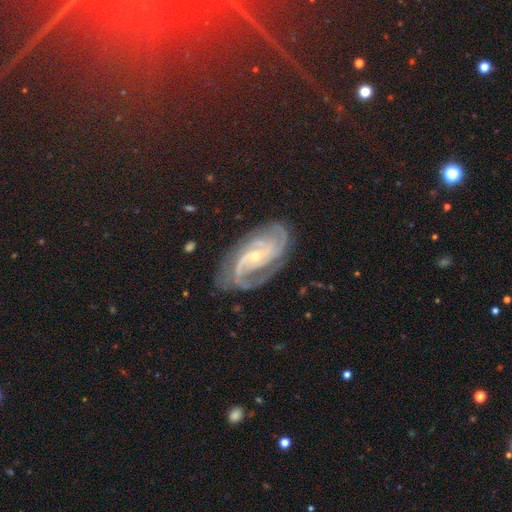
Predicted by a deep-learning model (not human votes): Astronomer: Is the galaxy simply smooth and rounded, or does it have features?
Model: featured or disk — 83%.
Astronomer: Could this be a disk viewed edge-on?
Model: no — 96%.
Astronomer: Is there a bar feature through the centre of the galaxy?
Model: no — 53% (runner-up: weak, 33%).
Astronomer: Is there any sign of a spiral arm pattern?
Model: yes — 98%.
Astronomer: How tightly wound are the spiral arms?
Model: tight — 53% (runner-up: medium, 37%).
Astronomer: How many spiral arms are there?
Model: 2 — 39% (runner-up: 3, 22%).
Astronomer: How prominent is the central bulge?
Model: small — 75%.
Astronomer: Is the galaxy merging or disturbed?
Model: none — 74%.